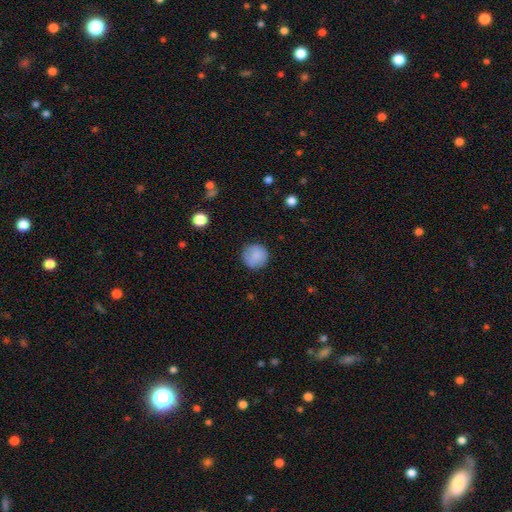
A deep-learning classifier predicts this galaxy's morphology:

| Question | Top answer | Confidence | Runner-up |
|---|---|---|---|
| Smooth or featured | smooth | 84% | star or artifact (8%) |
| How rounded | round | 94% | in between (5%) |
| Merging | none | 84% | minor disturbance (11%) |